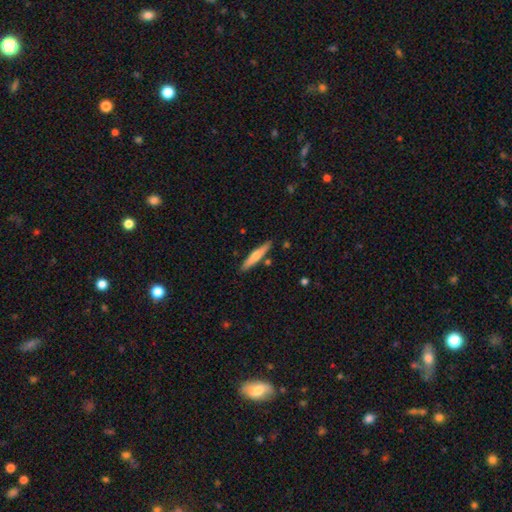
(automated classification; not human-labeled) Smooth or featured? smooth (56%)
How rounded? cigar-shaped (92%)
Merging? none (86%)